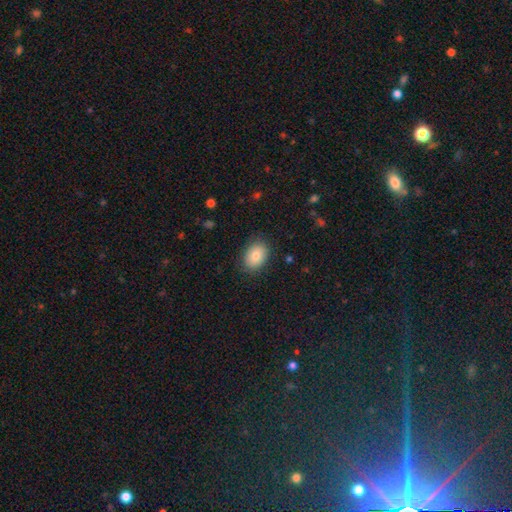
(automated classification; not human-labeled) Smooth or featured? smooth (82%)
How rounded? in between (75%)
Merging? none (85%)